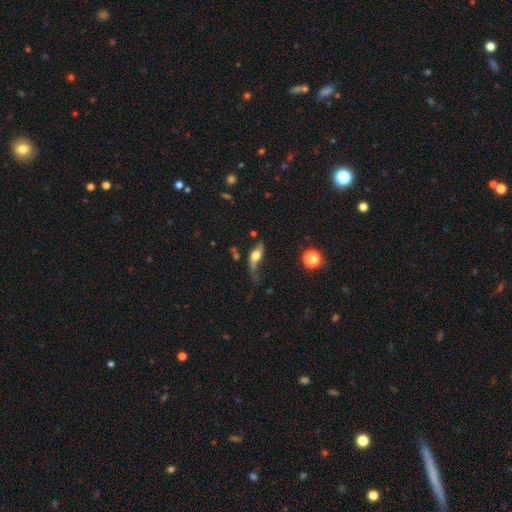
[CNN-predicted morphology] This is possibly a featured or disk galaxy (46%). Merging: marginally none (37%).